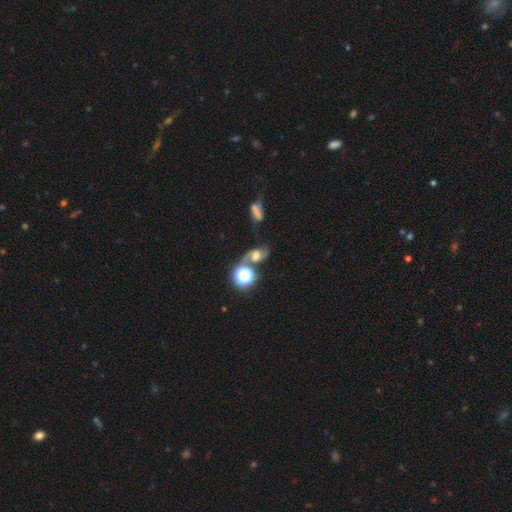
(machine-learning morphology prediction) smooth_or_featured: featured or disk (p=0.59) [alt: smooth p=0.23]
disk_edge_on: no (p=0.95) [alt: yes p=0.05]
bar: no (p=0.57) [alt: weak p=0.30]
has_spiral_arms: yes (p=0.87) [alt: no p=0.13]
bulge_size: moderate (p=0.48) [alt: large p=0.30]
merging: none (p=0.50) [alt: merger p=0.23]